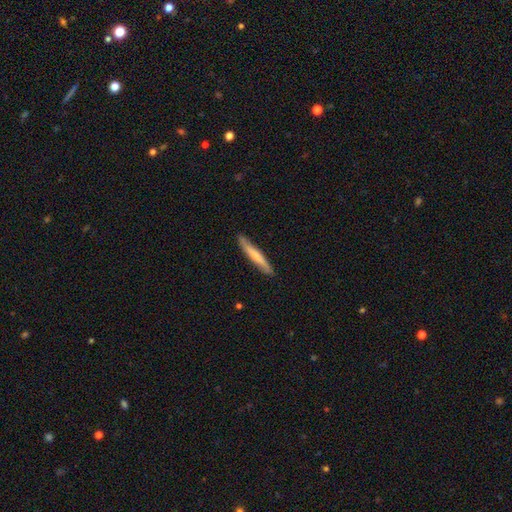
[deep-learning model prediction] A smooth galaxy with no disk features (59%) that is cigar-shaped (94%).

Vote fractions:
- Smooth or featured? smooth: 59% / featured or disk: 36% / star or artifact: 5%
- How rounded? cigar-shaped: 94% / in between: 5% / round: 1%
- Merging? none: 87% / minor disturbance: 10% / major disturbance: 2% / merger: 1%